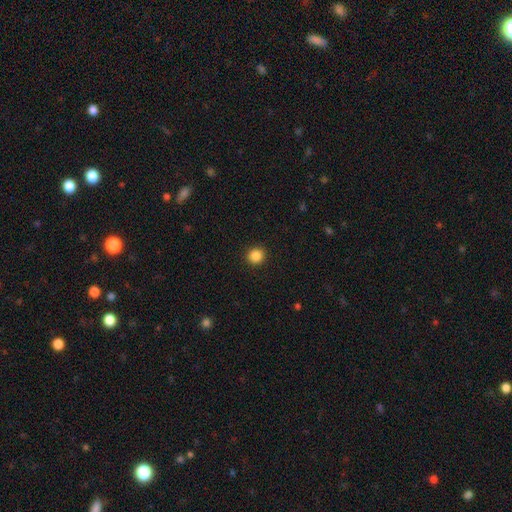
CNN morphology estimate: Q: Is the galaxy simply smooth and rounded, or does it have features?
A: smooth — 86%.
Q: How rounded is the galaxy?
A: round — 93%.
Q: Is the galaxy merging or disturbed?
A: none — 93%.